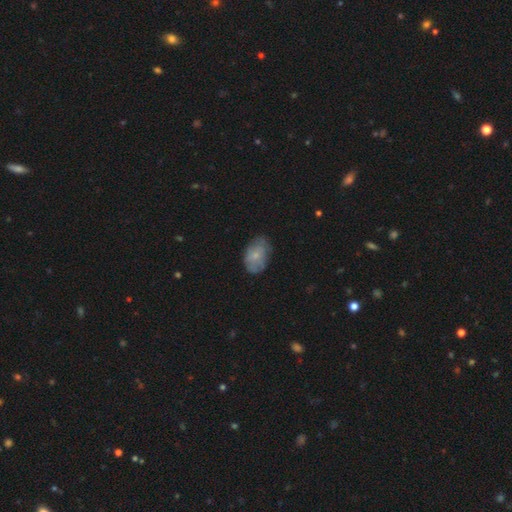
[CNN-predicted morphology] Overall: smooth (65%; featured or disk 28%). How rounded: in between (86%). Merging: none (65%; minor disturbance 26%).